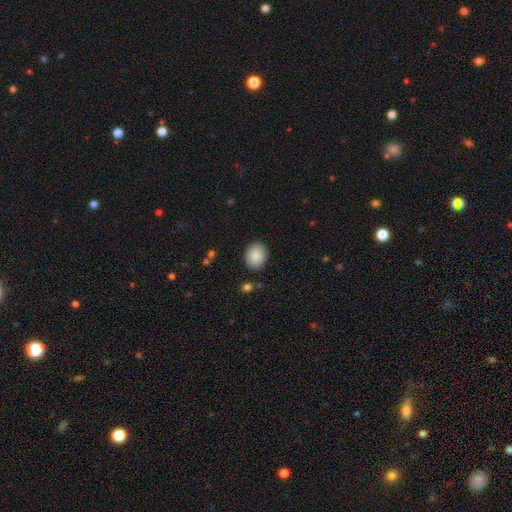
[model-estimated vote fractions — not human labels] This appears to be a smooth galaxy with no disk features (88%) that is in between round and cigar-shaped (53%). Merging: none (88%).